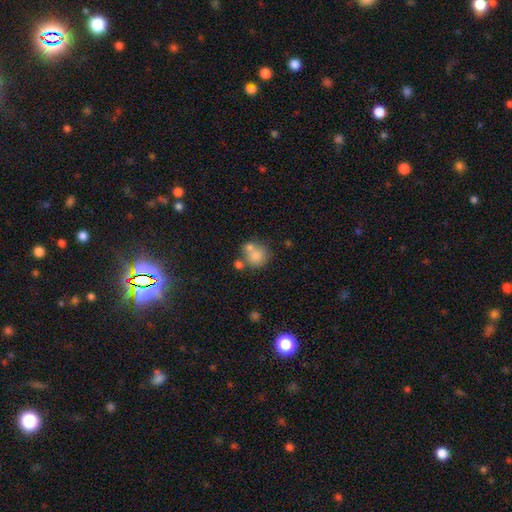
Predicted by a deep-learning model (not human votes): smooth_or_featured: smooth (p=0.76) [alt: featured or disk p=0.13]
how_rounded: round (p=0.80) [alt: in between p=0.19]
merging: none (p=0.45) [alt: merger p=0.36]